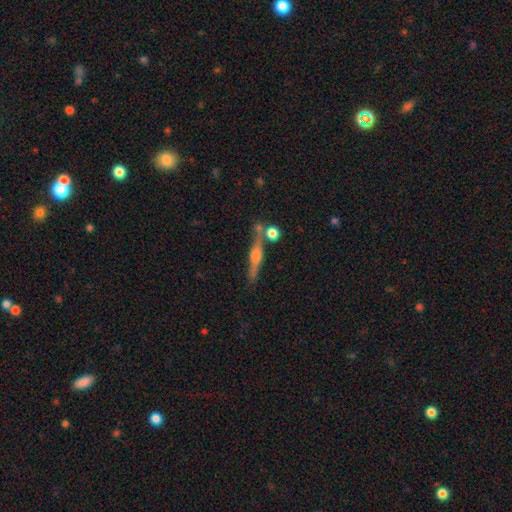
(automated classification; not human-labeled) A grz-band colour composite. It shows a featured or disk galaxy (74%) viewed edge-on (96%) with a rounded central bulge (86%). Merging: none (76%).